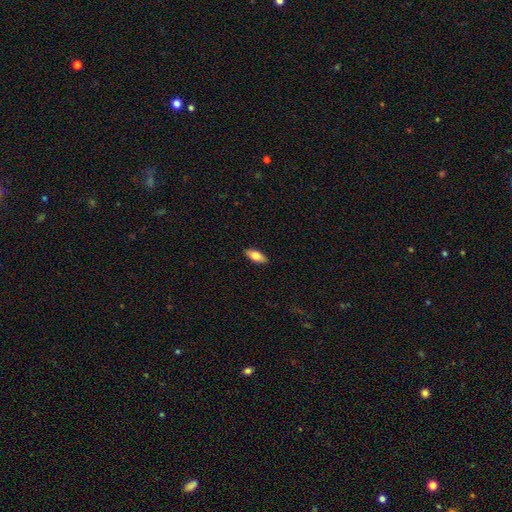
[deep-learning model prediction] The model was most divided on "smooth or featured": smooth: 75%, featured or disk: 19%, star or artifact: 6%. More confident: merging — none (90%); how rounded — in between (79%).